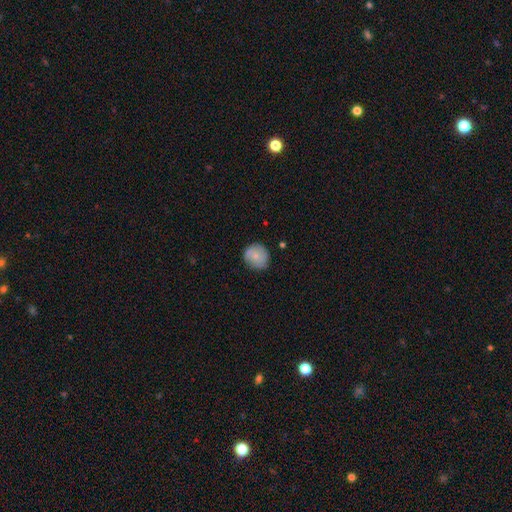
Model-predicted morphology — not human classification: A smooth galaxy with no disk features (56%) that is round (85%).

Vote fractions:
- Smooth or featured? smooth: 56% / featured or disk: 37% / star or artifact: 7%
- How rounded? round: 85% / in between: 14% / cigar-shaped: 1%
- Merging? none: 76% / minor disturbance: 19% / major disturbance: 4% / merger: 1%